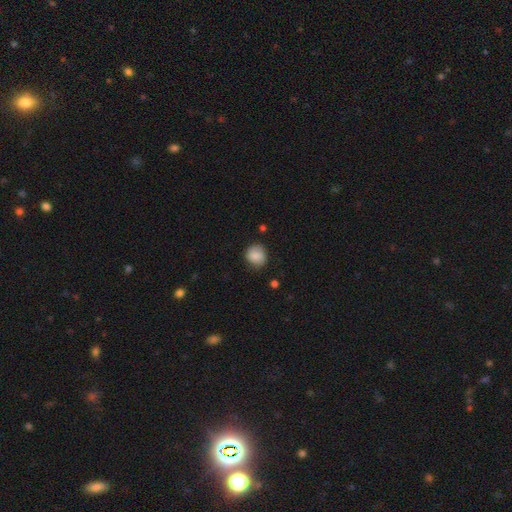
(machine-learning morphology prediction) Smooth or featured? Predicted: smooth (p=0.81). How rounded? Predicted: round (p=0.83). Merging? Predicted: none (p=0.78).